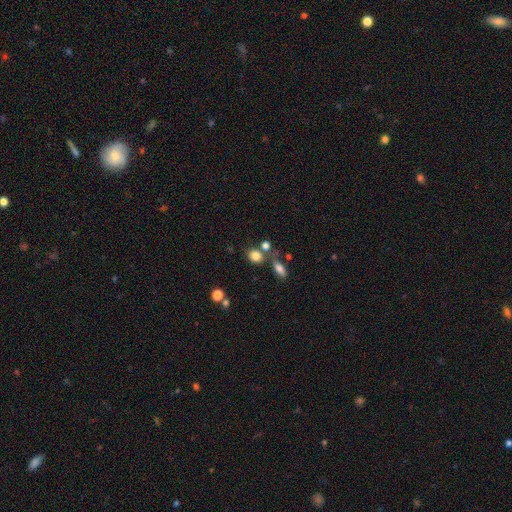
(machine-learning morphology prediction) This appears to be a smooth galaxy with no disk features (80%) that is round (60%). Merging: none (59%).